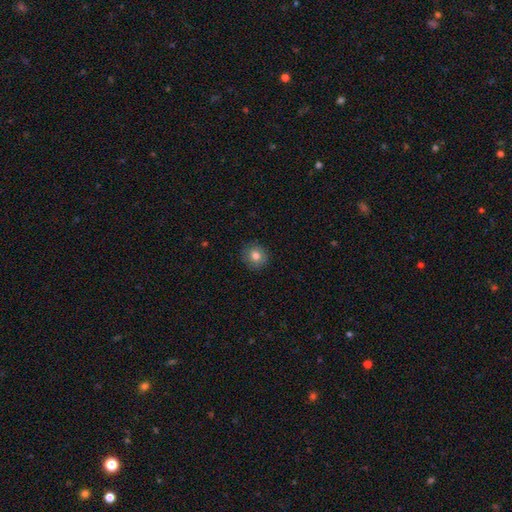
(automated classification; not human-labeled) smooth-or-featured: smooth: 80% | star or artifact: 10% | featured or disk: 10%
  how-rounded: round: 90% | in between: 9% | cigar-shaped: 1%
  merging: none: 90% | minor disturbance: 7% | major disturbance: 2% | merger: 1%